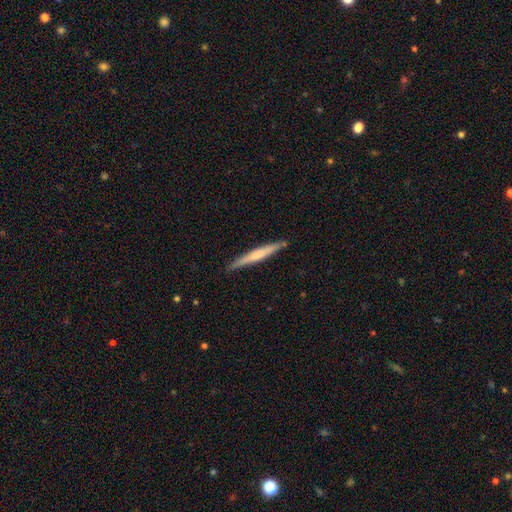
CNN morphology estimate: smooth_or_featured: smooth (p=0.50) [alt: featured or disk p=0.45]
merging: none (p=0.90) [alt: minor disturbance p=0.07]